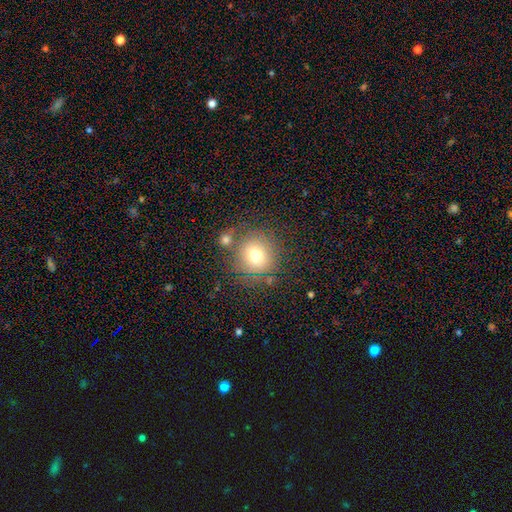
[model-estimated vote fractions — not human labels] The model was most divided on "smooth or featured": smooth: 74%, star or artifact: 13%, featured or disk: 13%. More confident: how rounded — round (89%); merging — none (74%).